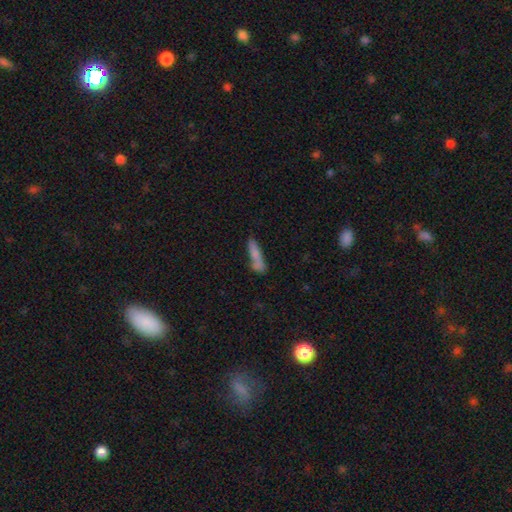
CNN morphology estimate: smooth 74%, featured or disk 18%, star or artifact 8%. Down the decision tree: how rounded — cigar-shaped (76%); merging — none (53%).